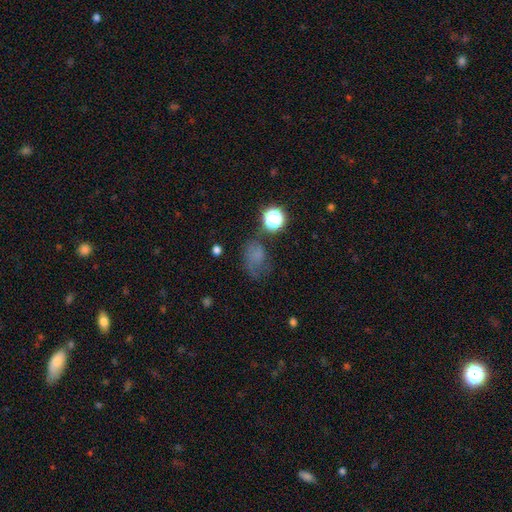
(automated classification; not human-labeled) Smooth or featured? Predicted: smooth (p=0.57). How rounded? Predicted: in between (p=0.55). Merging? Predicted: none (p=0.46).